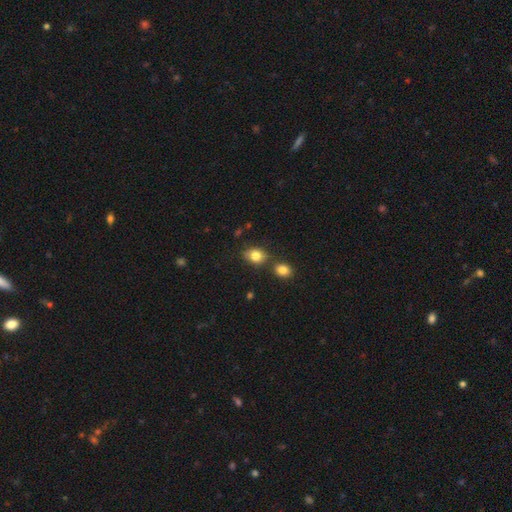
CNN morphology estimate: This is clearly a smooth galaxy (82%). How rounded: possibly in between (55%). Merging: likely none (66%).